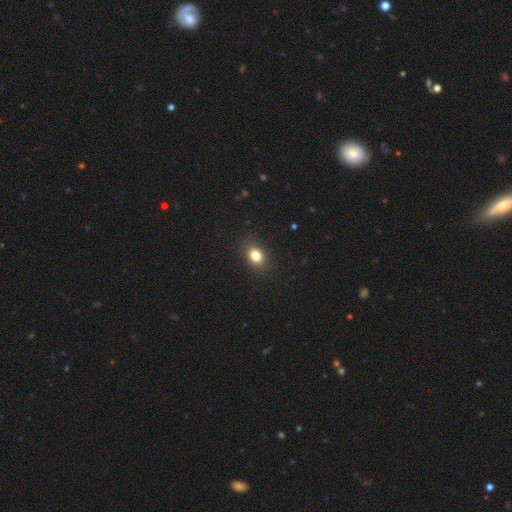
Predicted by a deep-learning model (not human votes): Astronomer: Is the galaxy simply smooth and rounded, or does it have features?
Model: smooth — 82%.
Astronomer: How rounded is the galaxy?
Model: in between — 62% (runner-up: round, 37%).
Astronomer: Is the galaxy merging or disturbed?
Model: none — 87%.